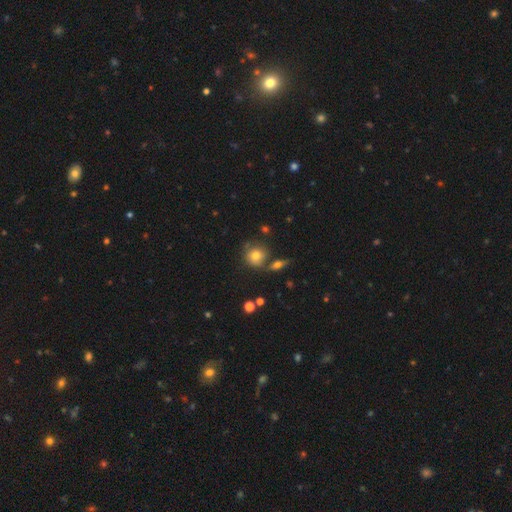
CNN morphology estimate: smooth-or-featured: smooth: 75% | featured or disk: 14% | star or artifact: 12%
  how-rounded: round: 87% | in between: 12% | cigar-shaped: 1%
  merging: none: 69% | minor disturbance: 14% | merger: 12% | major disturbance: 4%